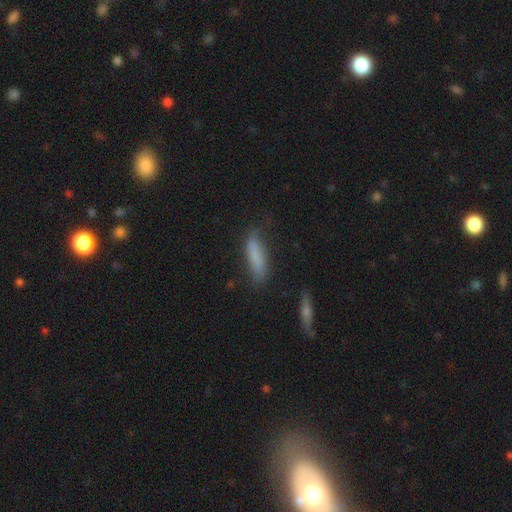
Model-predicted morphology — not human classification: A smooth galaxy with no disk features (77%) that is cigar-shaped (74%).

Vote fractions:
- Smooth or featured? smooth: 77% / featured or disk: 14% / star or artifact: 8%
- How rounded? cigar-shaped: 74% / in between: 24% / round: 2%
- Merging? none: 69% / minor disturbance: 22% / major disturbance: 6% / merger: 3%